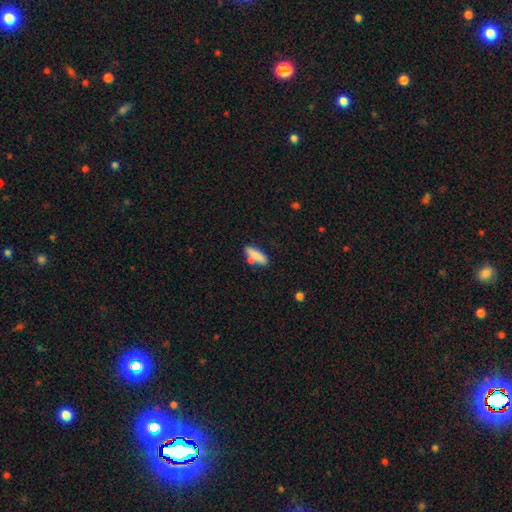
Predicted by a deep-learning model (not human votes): A smooth galaxy with no disk features (80%) that is cigar-shaped (57%). Merging: none (63%).